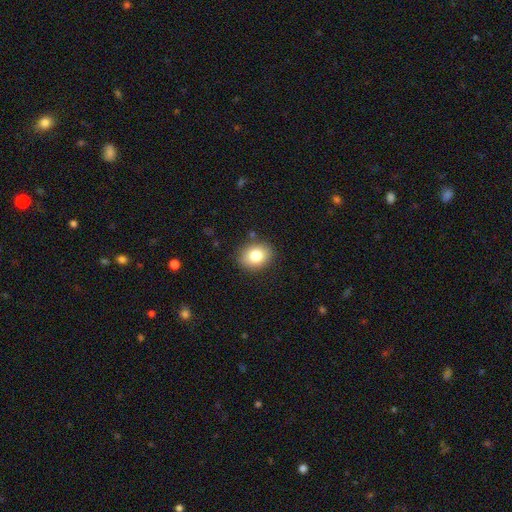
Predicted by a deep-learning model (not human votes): A smooth galaxy with no disk features (80%) that is in between round and cigar-shaped (54%). Merging: none (86%).